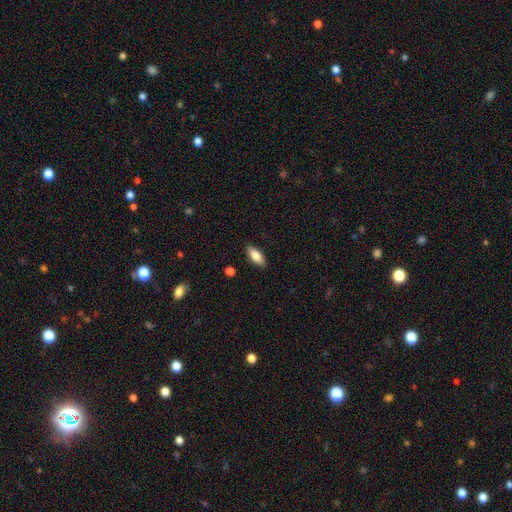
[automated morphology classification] Overall: smooth (78%). How rounded: in between (80%). Merging: none (87%).